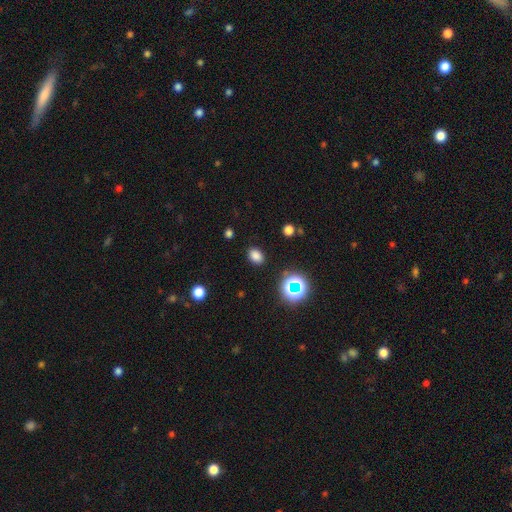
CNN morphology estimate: This is likely a smooth galaxy (78%). How rounded: likely in between (72%). Merging: clearly none (87%).